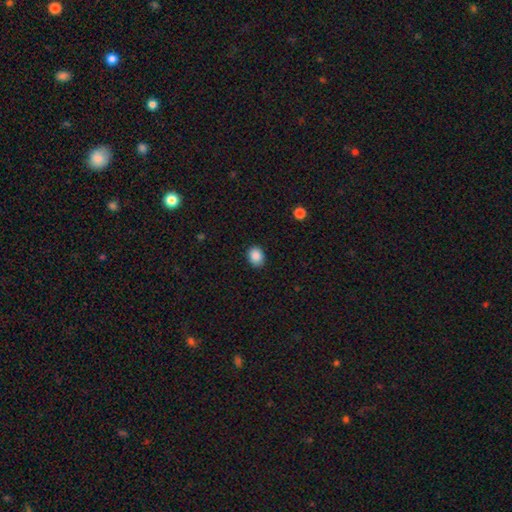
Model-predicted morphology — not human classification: A smooth galaxy with no disk features (88%) that is in between round and cigar-shaped (56%).

Vote fractions:
- Smooth or featured? smooth: 88% / star or artifact: 9% / featured or disk: 3%
- How rounded? in between: 56% / round: 44% / cigar-shaped: 1%
- Merging? none: 87% / minor disturbance: 10% / major disturbance: 2% / merger: 1%